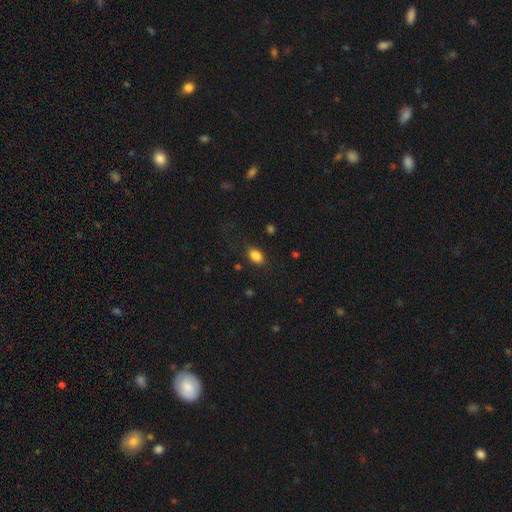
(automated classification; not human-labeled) Overall: smooth (86%). How rounded: in between (83%). Merging: none (84%).